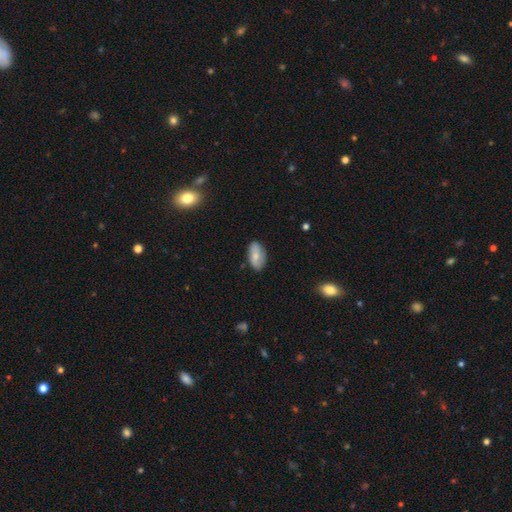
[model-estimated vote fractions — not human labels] Smooth or featured? smooth (68%)
How rounded? in between (93%)
Merging? none (79%)